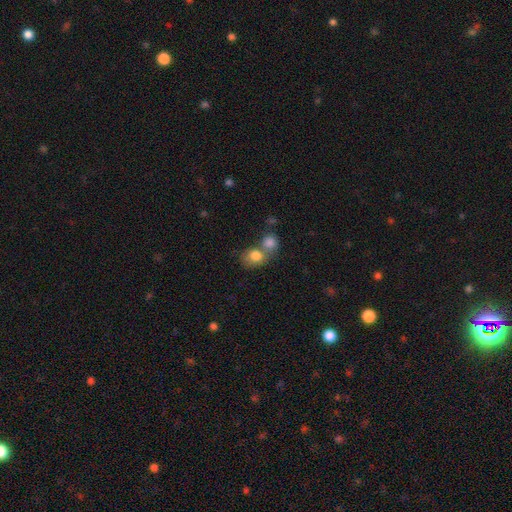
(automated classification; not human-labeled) smooth-or-featured: smooth: 81% | featured or disk: 10% | star or artifact: 9%
  how-rounded: round: 53% | in between: 46% | cigar-shaped: 1%
  merging: merger: 55% | none: 33% | minor disturbance: 8% | major disturbance: 4%